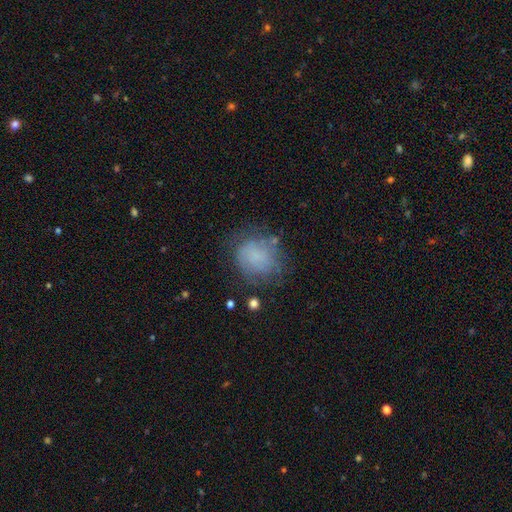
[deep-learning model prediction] A smooth galaxy with no disk features (62%) that is round (67%).

Vote fractions:
- Smooth or featured? smooth: 62% / featured or disk: 24% / star or artifact: 14%
- How rounded? round: 67% / in between: 32% / cigar-shaped: 1%
- Merging? none: 64% / minor disturbance: 21% / major disturbance: 11% / merger: 3%